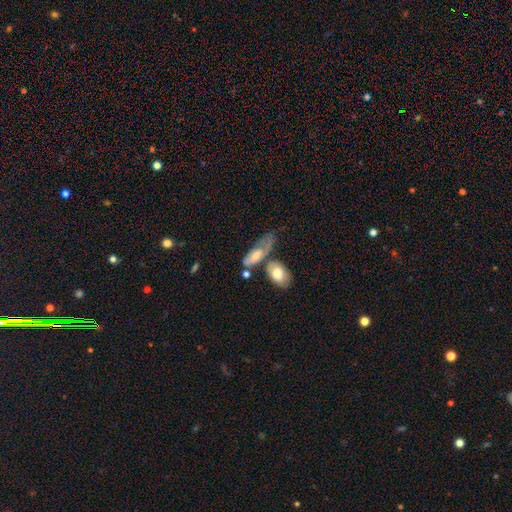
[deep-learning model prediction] smooth 59%, featured or disk 34%, star or artifact 7%. Down the decision tree: how rounded — in between (74%); merging — merger (30%, tied with none).